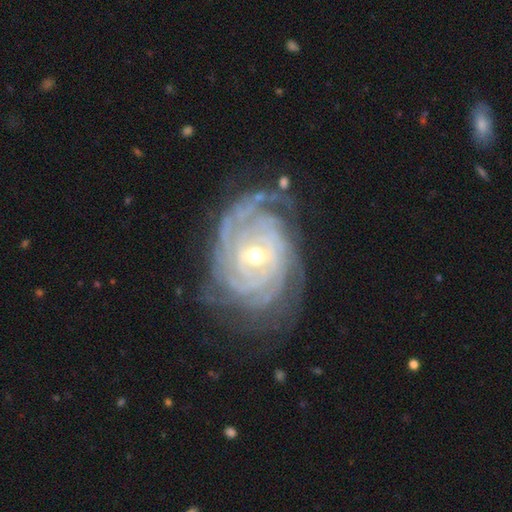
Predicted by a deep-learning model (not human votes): Smooth or featured: featured or disk — 92% (star or artifact — 5%)
Edge-on disk: no — 97% (yes — 3%)
Bar: no — 43% (weak — 41%)
Spiral arms: yes — 98% (no — 2%)
Spiral winding: tight — 83% (medium — 14%)
Spiral arm count: 4 — 25% (can't tell — 23%)
Bulge size: small — 51% (moderate — 46%)
Merging: none — 73% (minor disturbance — 18%)